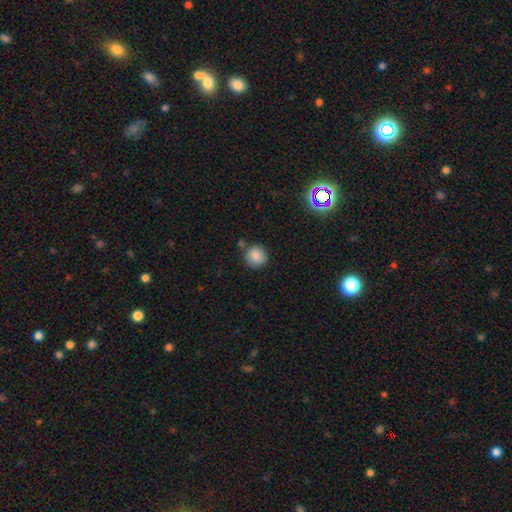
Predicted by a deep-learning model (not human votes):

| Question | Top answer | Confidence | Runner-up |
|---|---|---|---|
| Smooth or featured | smooth | 85% | star or artifact (9%) |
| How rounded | round | 93% | in between (6%) |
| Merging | none | 79% | minor disturbance (12%) |